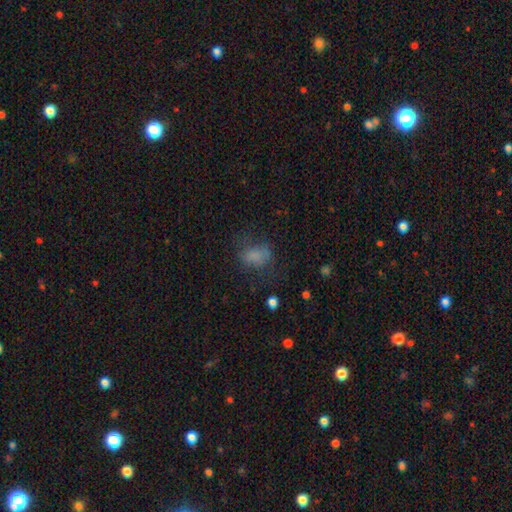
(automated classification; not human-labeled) This appears to be a smooth galaxy with no disk features (70%) that is in between round and cigar-shaped (77%). Merging: none (46%).